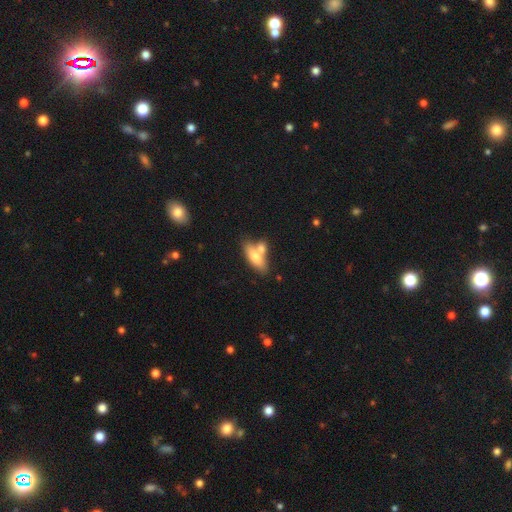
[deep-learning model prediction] This appears to be a smooth galaxy with no disk features (68%) that is in between round and cigar-shaped (69%). Merging: none (44%).